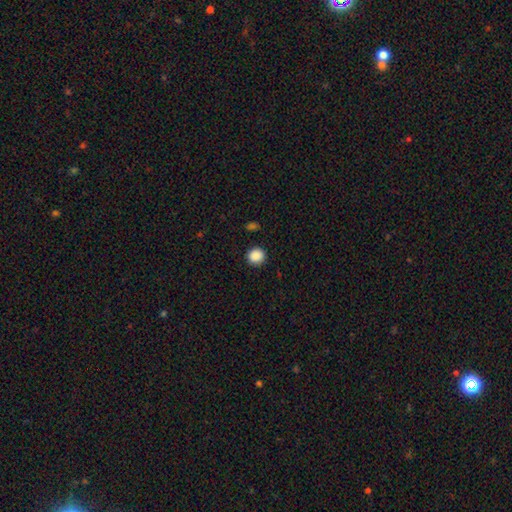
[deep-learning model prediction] smooth 89%, star or artifact 9%, featured or disk 2%. Down the decision tree: how rounded — round (87%); merging — none (90%).